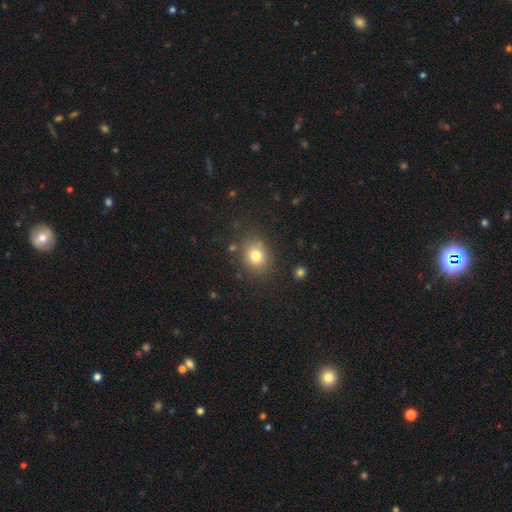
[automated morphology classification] type=smooth (78%); roundness=round (63%); merging=none (81%).